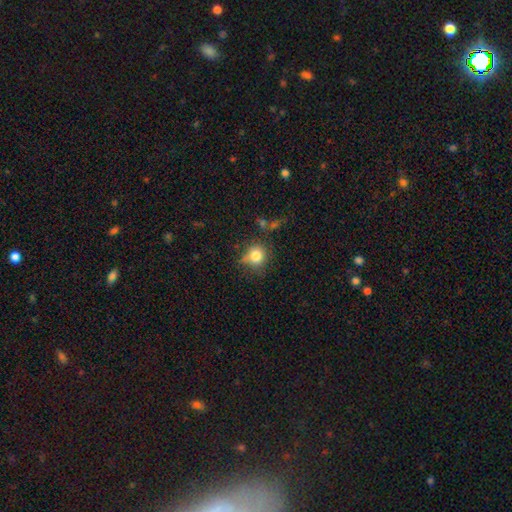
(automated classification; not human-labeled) This is clearly a smooth galaxy (82%). How rounded: clearly round (86%). Merging: likely none (68%).